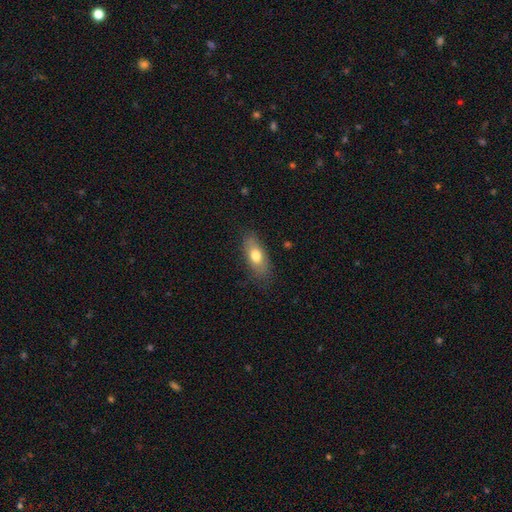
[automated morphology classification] Smooth or featured? Predicted: smooth (p=0.72). How rounded? Predicted: in between (p=0.81). Merging? Predicted: none (p=0.78).